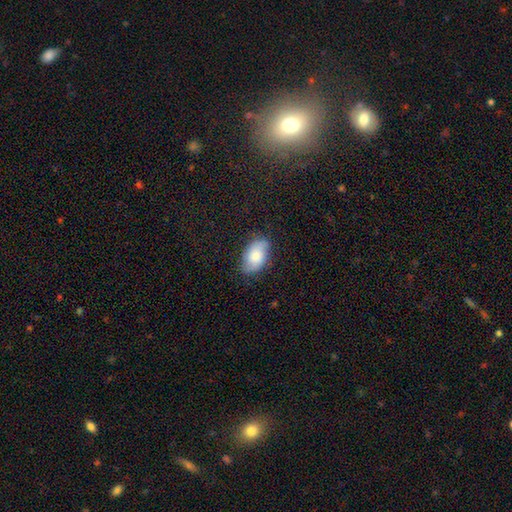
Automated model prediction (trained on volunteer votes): Smooth or featured? Predicted: smooth (p=0.74). How rounded? Predicted: in between (p=0.93). Merging? Predicted: none (p=0.77).